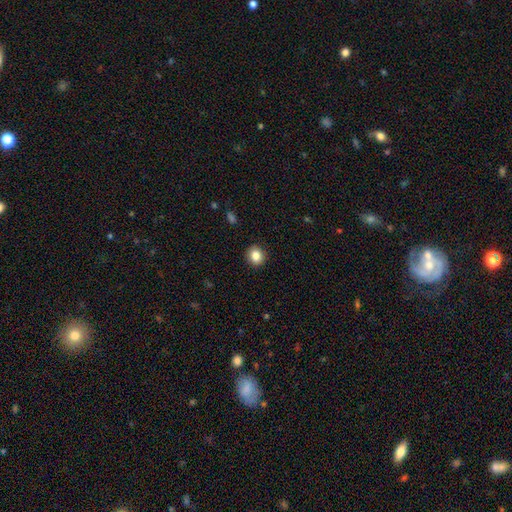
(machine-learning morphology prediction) Smooth or featured?
  - smooth: 84% *
  - star or artifact: 9%
  - featured or disk: 7%
How rounded?
  - round: 80% *
  - in between: 19%
  - cigar-shaped: 1%
Merging?
  - none: 91% *
  - minor disturbance: 6%
  - major disturbance: 2%
  - merger: 1%